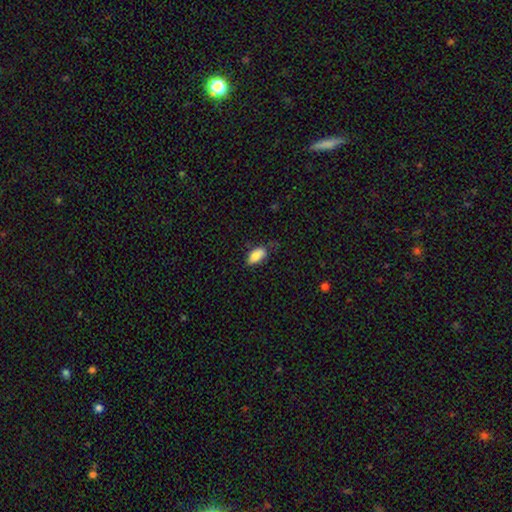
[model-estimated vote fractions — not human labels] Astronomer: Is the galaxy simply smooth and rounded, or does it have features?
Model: smooth — 81%.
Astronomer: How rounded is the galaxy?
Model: in between — 89%.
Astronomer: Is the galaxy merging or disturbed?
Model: none — 58%.